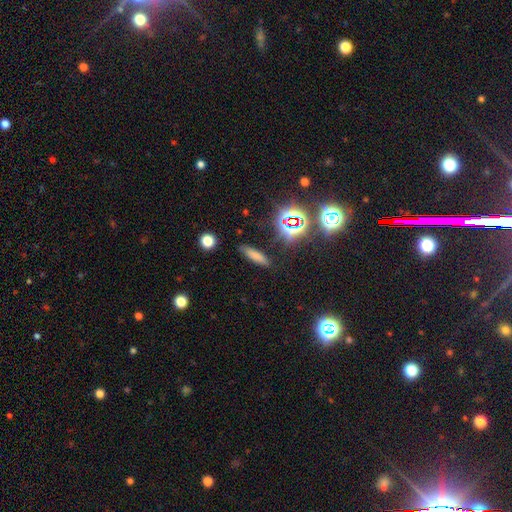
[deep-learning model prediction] smooth-or-featured: smooth: 68% | star or artifact: 21% | featured or disk: 11%
  how-rounded: cigar-shaped: 72% | in between: 24% | round: 3%
  merging: none: 85% | minor disturbance: 10% | major disturbance: 3% | merger: 2%